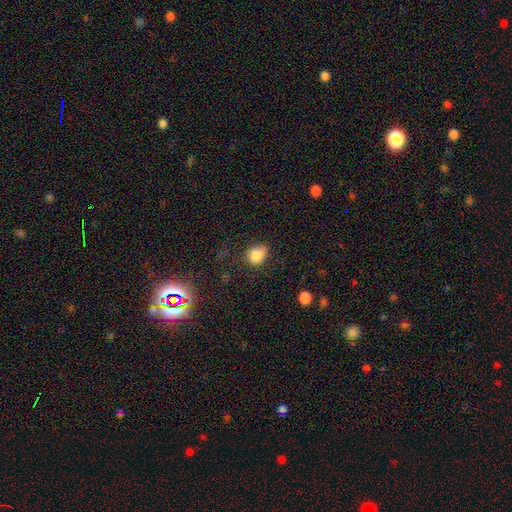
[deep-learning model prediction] smooth_or_featured: smooth (p=0.81) [alt: star or artifact p=0.12]
how_rounded: in between (p=0.50) [alt: round p=0.48]
merging: none (p=0.51) [alt: minor disturbance p=0.34]